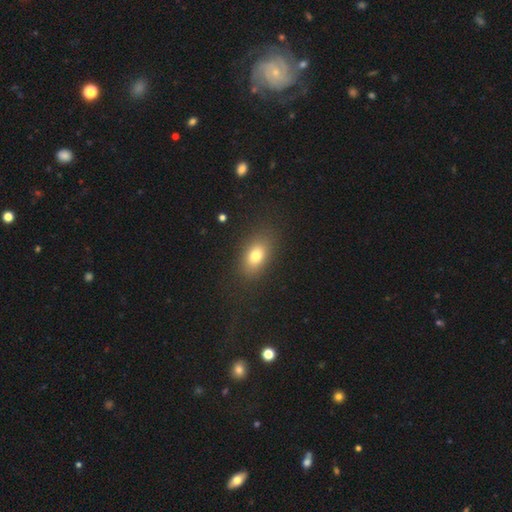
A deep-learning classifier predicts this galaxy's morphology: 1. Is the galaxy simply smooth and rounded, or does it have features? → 77% smooth, 12% featured or disk, 11% star or artifact.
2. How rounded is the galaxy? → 83% in between, 13% round, 4% cigar-shaped.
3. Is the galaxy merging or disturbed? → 84% none, 10% minor disturbance, 5% major disturbance, 1% merger.